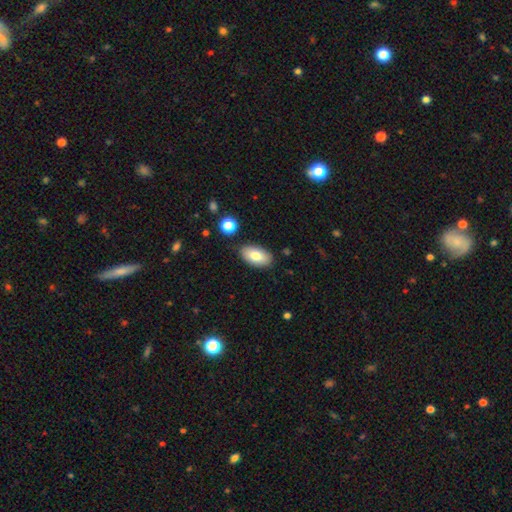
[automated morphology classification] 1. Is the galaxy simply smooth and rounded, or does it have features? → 79% smooth, 14% featured or disk, 7% star or artifact.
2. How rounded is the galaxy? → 94% in between, 4% round, 2% cigar-shaped.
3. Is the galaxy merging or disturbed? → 84% none, 11% minor disturbance, 2% merger, 2% major disturbance.